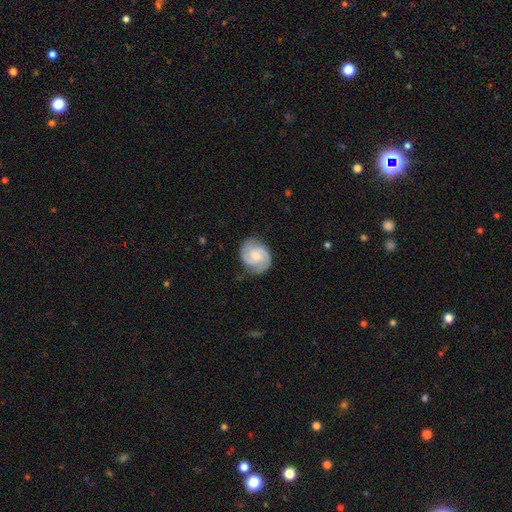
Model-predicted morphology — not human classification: This is likely a featured or disk galaxy (79%). It is clearly not viewed edge-on (98%). Bar: possibly no (58%). Spiral arm pattern: clearly yes (96%). Spiral arm count: likely 2 (78%). Spiral winding: possibly medium (46%). Central bulge: possibly small (53%). Merging: likely none (78%).